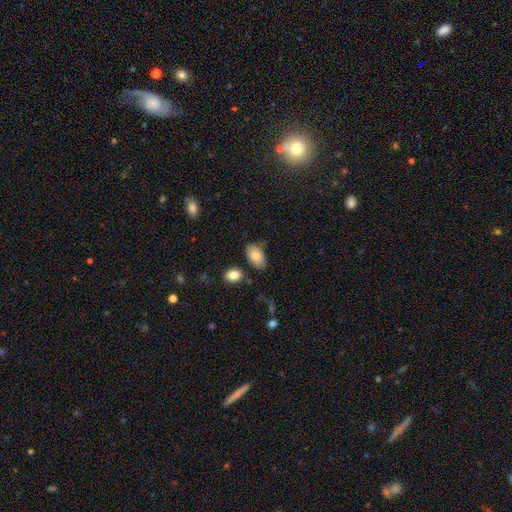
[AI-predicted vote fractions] Morphology: type=smooth (80%); roundness=in between (91%); merging=none (65%).